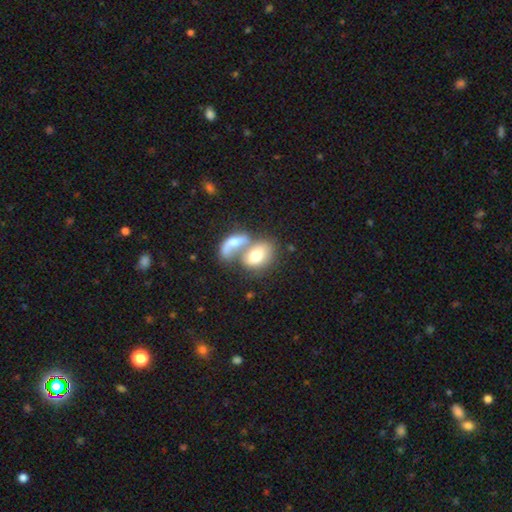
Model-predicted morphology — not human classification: Overall: smooth (66%; featured or disk 27%). How rounded: in between (81%). Merging: merger (70%).